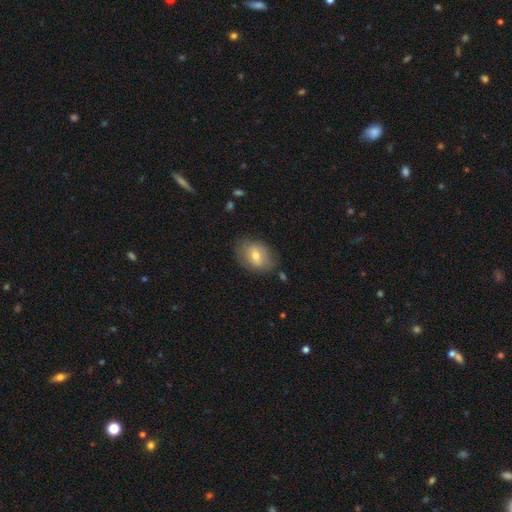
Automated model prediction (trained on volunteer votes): smooth 63%, featured or disk 29%, star or artifact 8%. Down the decision tree: how rounded — in between (70%); merging — none (75%).